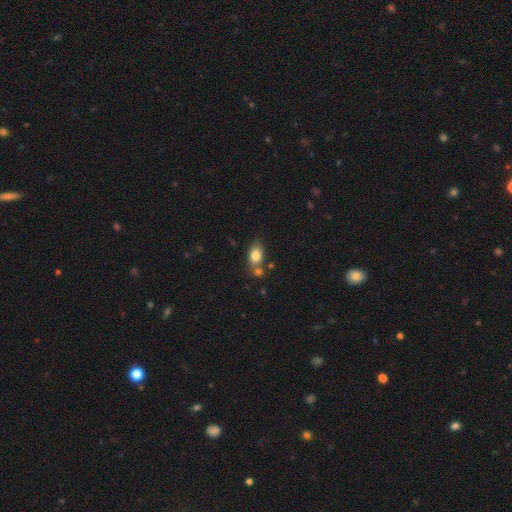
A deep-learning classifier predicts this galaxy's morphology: The model was most divided on "merging": none: 60%, merger: 21%, minor disturbance: 15%, major disturbance: 4%. More confident: how rounded — in between (81%); smooth or featured — smooth (81%).